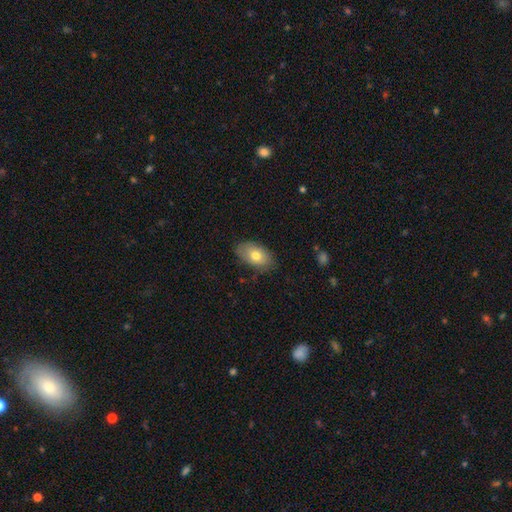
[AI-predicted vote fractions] Smooth or featured?
  - smooth: 72% *
  - featured or disk: 21%
  - star or artifact: 7%
How rounded?
  - in between: 91% *
  - round: 7%
  - cigar-shaped: 2%
Merging?
  - none: 77% *
  - minor disturbance: 19%
  - major disturbance: 3%
  - merger: 1%